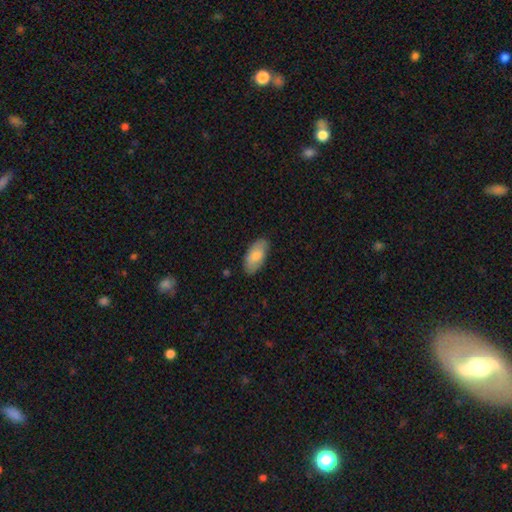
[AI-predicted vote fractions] Smooth or featured: smooth — 79% (featured or disk — 16%)
How rounded: in between — 94% (cigar-shaped — 4%)
Merging: none — 84% (minor disturbance — 13%)